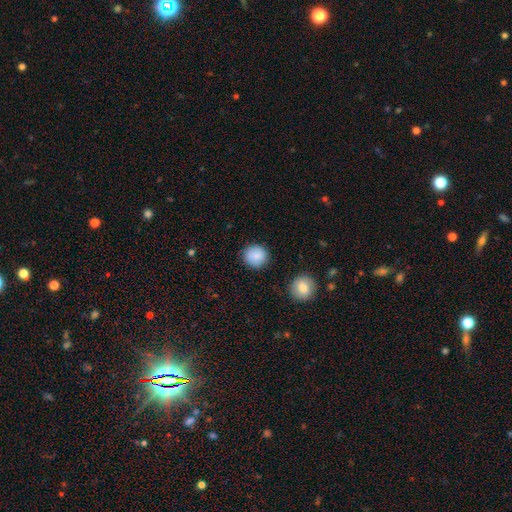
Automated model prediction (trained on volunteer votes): smooth 87%, star or artifact 8%, featured or disk 5%. Down the decision tree: how rounded — round (88%); merging — none (86%).